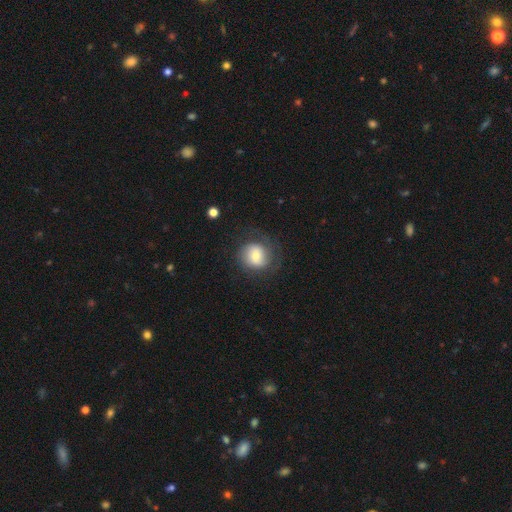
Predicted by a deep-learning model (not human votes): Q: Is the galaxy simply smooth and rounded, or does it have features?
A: smooth — 61%.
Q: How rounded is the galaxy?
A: round — 82%.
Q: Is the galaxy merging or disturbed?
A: none — 66%.